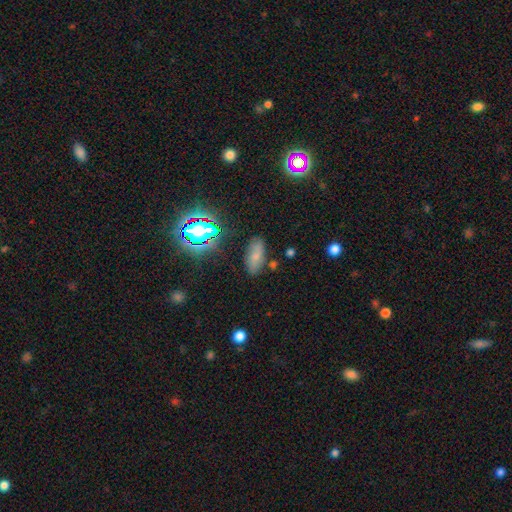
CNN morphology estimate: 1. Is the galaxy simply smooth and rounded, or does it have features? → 70% smooth, 16% star or artifact, 14% featured or disk.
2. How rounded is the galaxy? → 84% in between, 12% cigar-shaped, 4% round.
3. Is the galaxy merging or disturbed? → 79% none, 13% minor disturbance, 4% major disturbance, 4% merger.